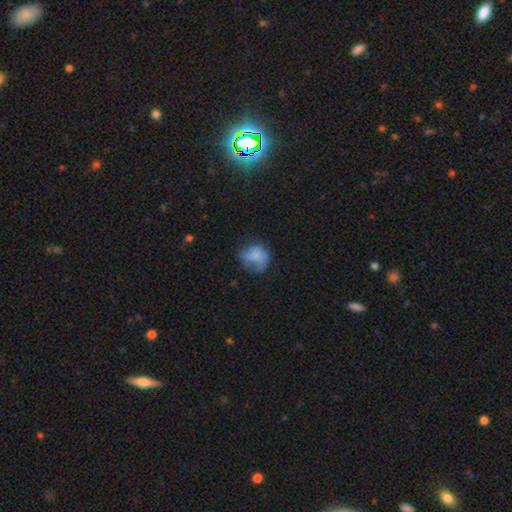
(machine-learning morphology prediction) smooth-or-featured: smooth: 60% | featured or disk: 28% | star or artifact: 12%
  how-rounded: round: 57% | in between: 42% | cigar-shaped: 1%
  merging: none: 40% | major disturbance: 31% | minor disturbance: 27% | merger: 3%